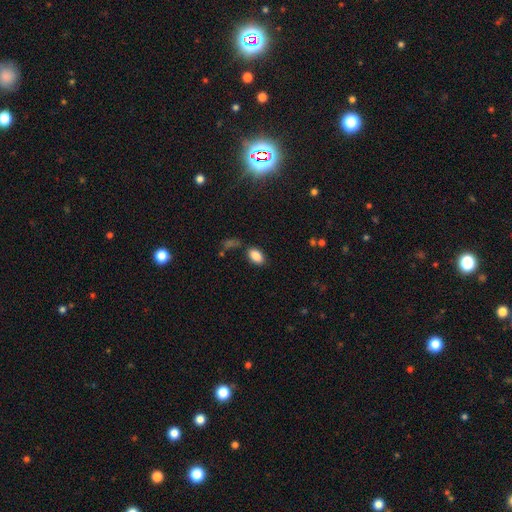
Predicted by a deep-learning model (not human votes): This appears to be a smooth galaxy with no disk features (86%) that is in between round and cigar-shaped (92%). Merging: none (77%).